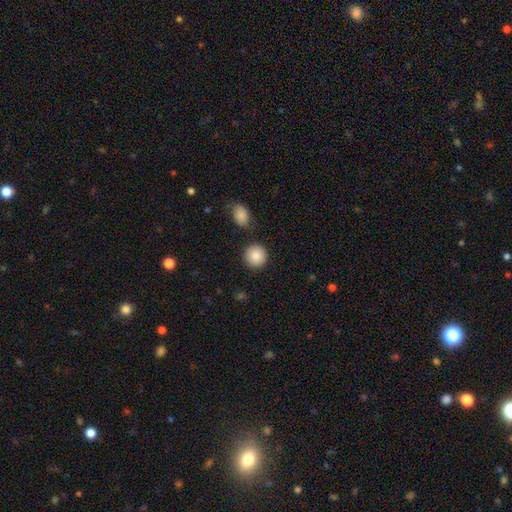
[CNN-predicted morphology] smooth-or-featured: smooth: 87% | star or artifact: 8% | featured or disk: 6%
  how-rounded: round: 92% | in between: 7% | cigar-shaped: 1%
  merging: none: 85% | minor disturbance: 7% | merger: 5% | major disturbance: 2%